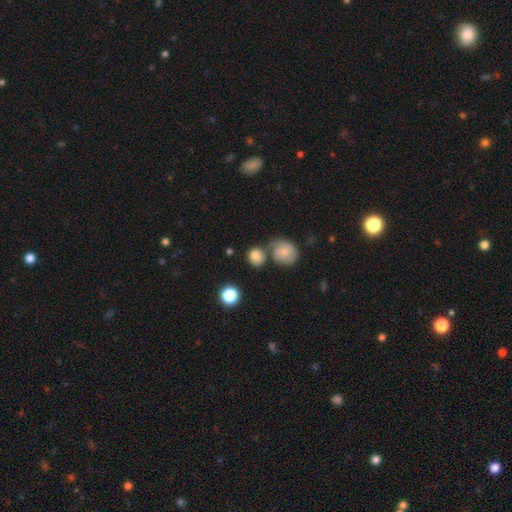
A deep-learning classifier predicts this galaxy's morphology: type=smooth (78%); roundness=round (78%); merging=none (54%).